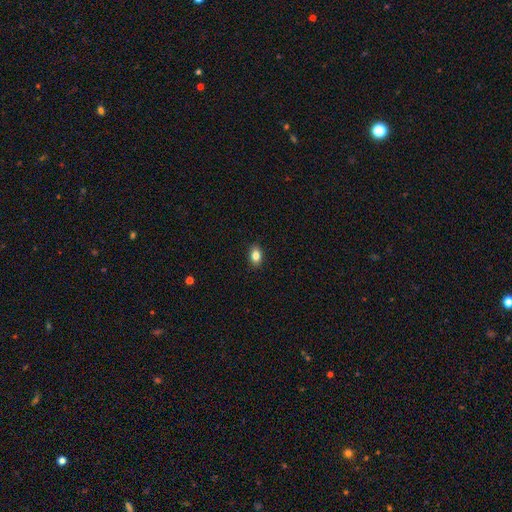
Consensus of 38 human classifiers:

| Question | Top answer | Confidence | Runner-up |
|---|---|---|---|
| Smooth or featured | smooth | 87% | featured or disk (8%) |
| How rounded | in between | 79% | round (12%) |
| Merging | none | 86% | minor disturbance (8%) |